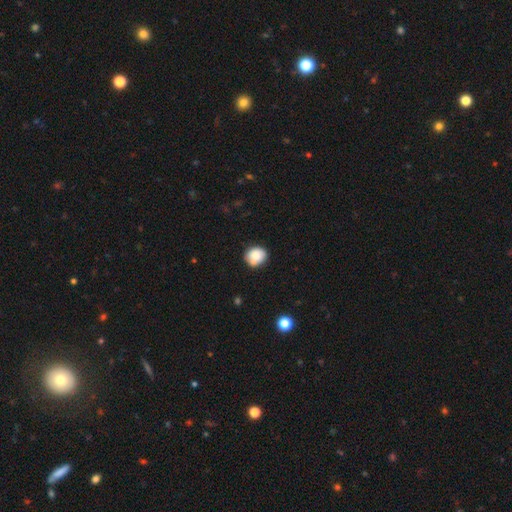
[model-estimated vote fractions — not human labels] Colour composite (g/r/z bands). It shows a smooth galaxy with no disk features (84%) that is round (71%). Merging: none (74%).